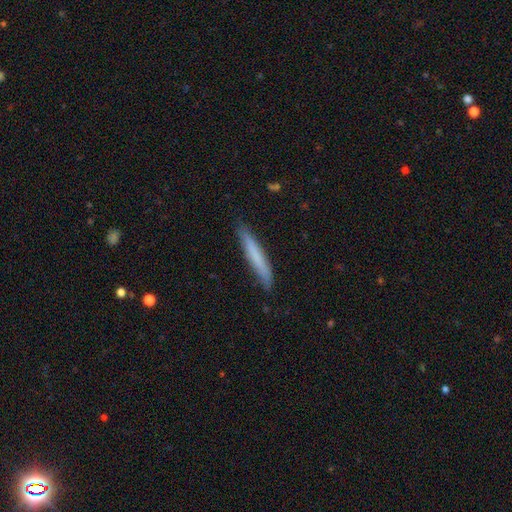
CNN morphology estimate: This is likely a smooth galaxy (71%). How rounded: clearly cigar-shaped (95%). Merging: clearly none (86%).